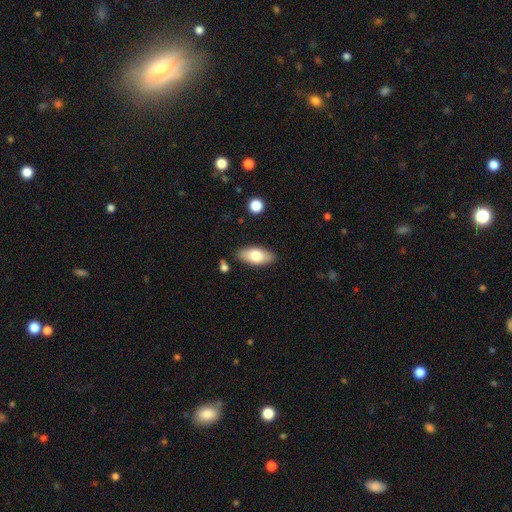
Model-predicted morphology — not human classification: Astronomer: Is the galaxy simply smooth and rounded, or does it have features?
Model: smooth — 74%.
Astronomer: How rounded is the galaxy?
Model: in between — 88%.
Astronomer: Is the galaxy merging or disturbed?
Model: none — 85%.